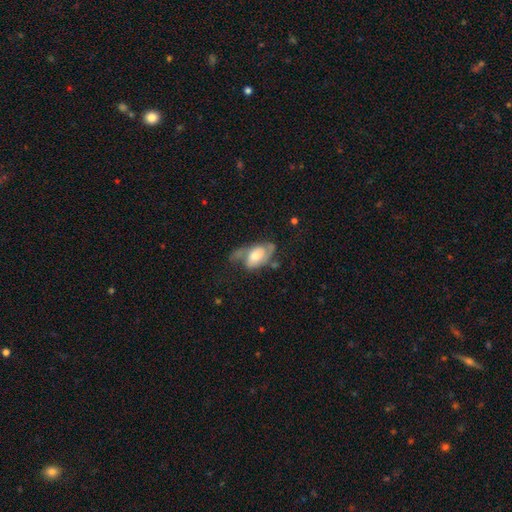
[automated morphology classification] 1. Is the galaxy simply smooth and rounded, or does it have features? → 60% featured or disk, 33% smooth, 7% star or artifact.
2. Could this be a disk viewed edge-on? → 93% no, 7% yes.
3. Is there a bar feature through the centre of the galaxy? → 64% no, 29% weak, 7% strong.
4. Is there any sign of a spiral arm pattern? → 79% yes, 21% no.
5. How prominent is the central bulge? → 52% moderate, 27% large, 15% small, 3% none, 3% dominant.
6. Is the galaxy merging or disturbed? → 36% none, 30% major disturbance, 28% minor disturbance, 6% merger.